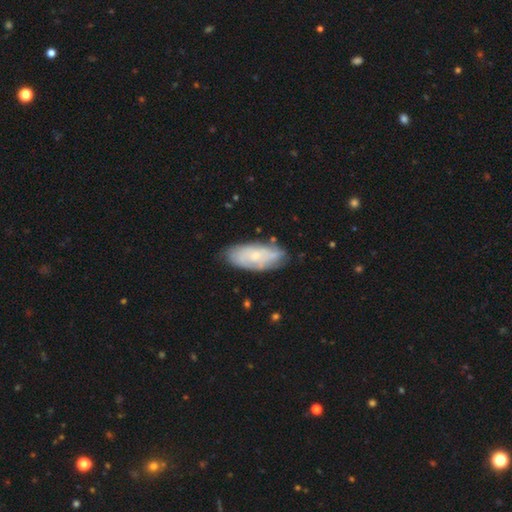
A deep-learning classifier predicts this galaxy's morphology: featured or disk 53%, smooth 40%, star or artifact 7%. Down the decision tree: edge-on disk — no (89%); merging — none (71%).